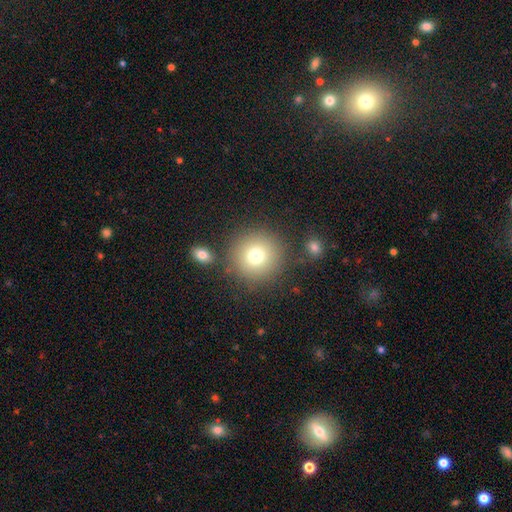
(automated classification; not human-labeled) Smooth or featured?
  - smooth: 76% *
  - star or artifact: 13%
  - featured or disk: 11%
How rounded?
  - round: 94% *
  - in between: 5%
  - cigar-shaped: 1%
Merging?
  - none: 82% *
  - minor disturbance: 8%
  - merger: 7%
  - major disturbance: 4%